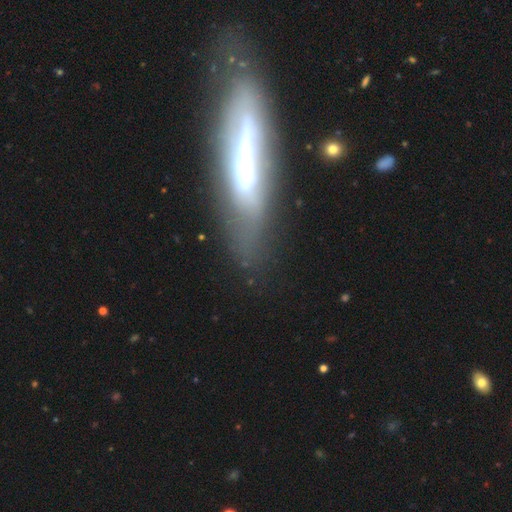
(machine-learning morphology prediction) Q: Smooth or featured?
A: featured or disk (69%); runner-up: smooth (21%)
Q: Edge-on disk?
A: yes (62%); runner-up: no (38%)
Q: Merging?
A: none (68%); runner-up: minor disturbance (17%)